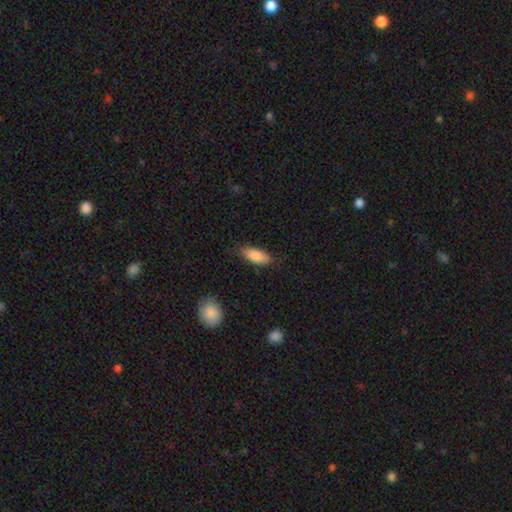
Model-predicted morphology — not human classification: Smooth or featured? smooth (85%)
How rounded? in between (79%)
Merging? none (79%)